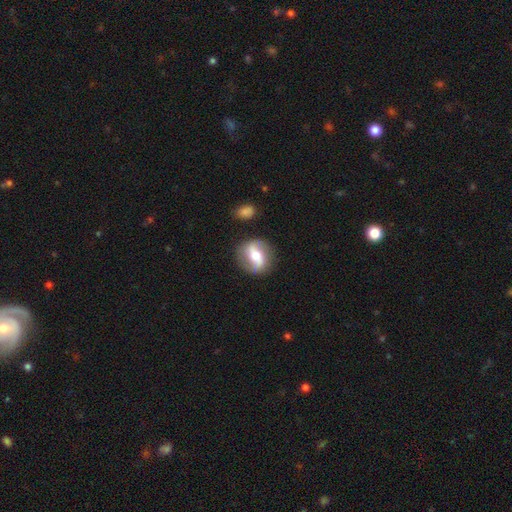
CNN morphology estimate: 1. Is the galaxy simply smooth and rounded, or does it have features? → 61% featured or disk, 32% smooth, 7% star or artifact.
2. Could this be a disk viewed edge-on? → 90% no, 10% yes.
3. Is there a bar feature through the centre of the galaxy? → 44% strong, 32% weak, 24% no.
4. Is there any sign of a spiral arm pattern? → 66% yes, 34% no.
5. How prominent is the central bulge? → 69% moderate, 17% small, 11% large, 2% dominant, 1% none.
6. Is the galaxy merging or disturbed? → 81% none, 12% minor disturbance, 4% major disturbance, 3% merger.